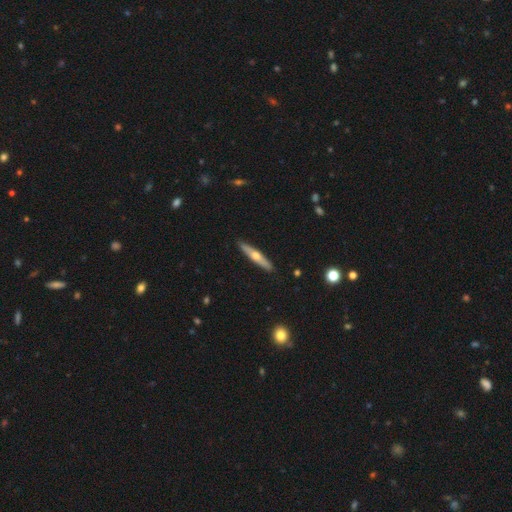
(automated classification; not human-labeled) A featured or disk galaxy (54%) viewed edge-on (93%). Merging: none (91%).